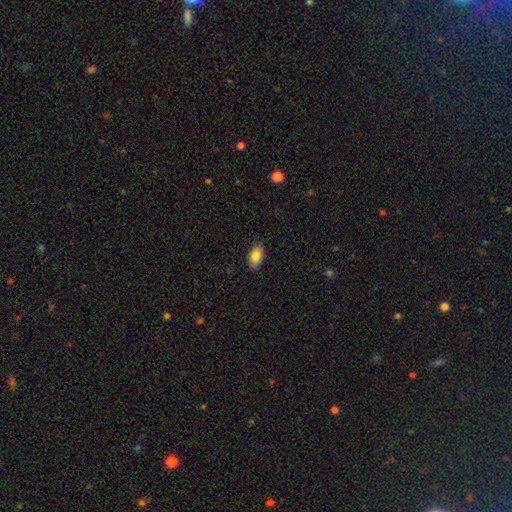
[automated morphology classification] smooth_or_featured: smooth (p=0.86) [alt: star or artifact p=0.07]
how_rounded: in between (p=0.92) [alt: round p=0.04]
merging: none (p=0.85) [alt: minor disturbance p=0.12]